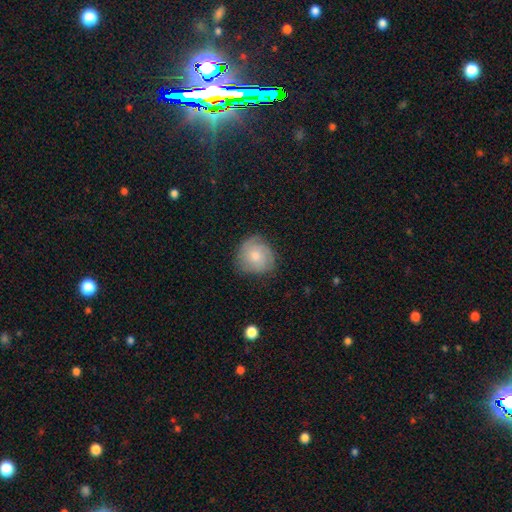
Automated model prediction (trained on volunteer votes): smooth-or-featured: smooth: 67% | featured or disk: 26% | star or artifact: 7%
  how-rounded: round: 85% | in between: 14% | cigar-shaped: 1%
  merging: none: 72% | minor disturbance: 21% | major disturbance: 5% | merger: 1%